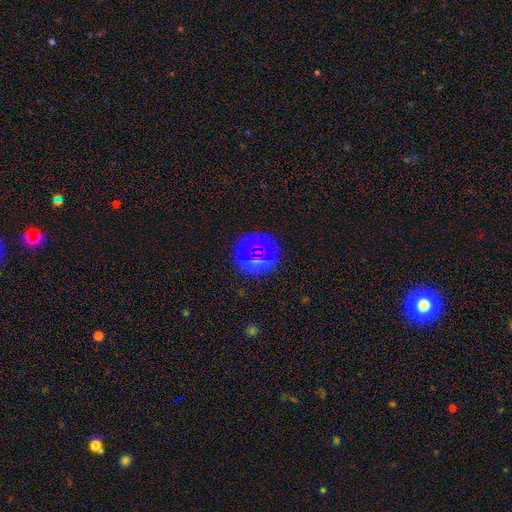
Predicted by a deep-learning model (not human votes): A star or artifact, not a galaxy (48%).

Vote fractions:
- Smooth or featured? star or artifact: 48% / smooth: 40% / featured or disk: 11%